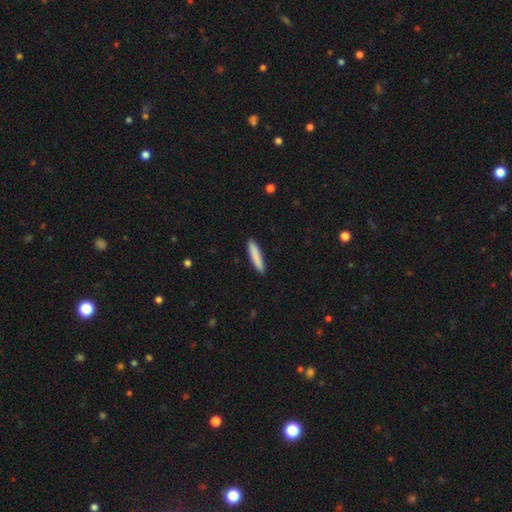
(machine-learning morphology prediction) smooth_or_featured: smooth (p=0.86) [alt: featured or disk p=0.08]
how_rounded: cigar-shaped (p=0.90) [alt: in between p=0.09]
merging: none (p=0.91) [alt: minor disturbance p=0.07]